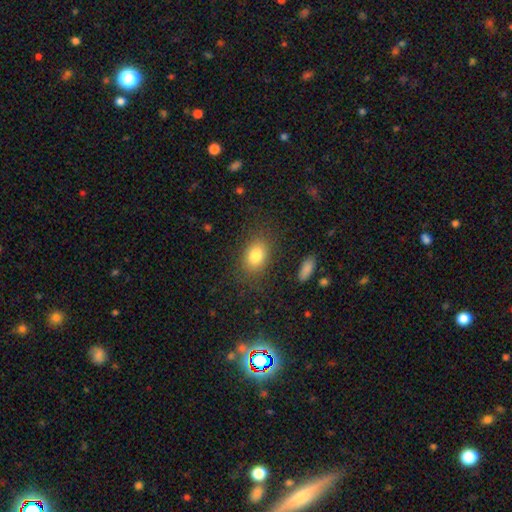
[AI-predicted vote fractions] Smooth or featured: smooth — 81% (featured or disk — 10%)
How rounded: in between — 75% (round — 23%)
Merging: none — 80% (minor disturbance — 12%)